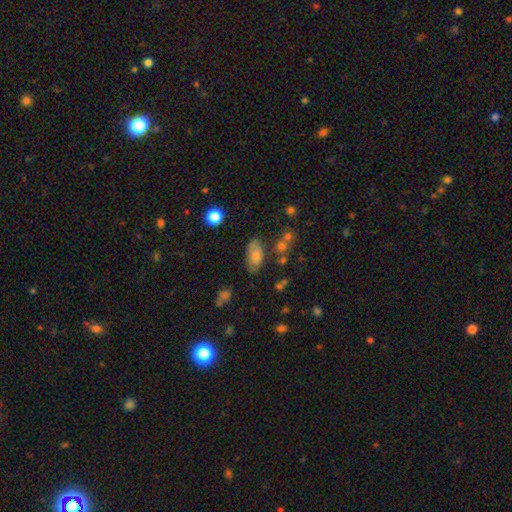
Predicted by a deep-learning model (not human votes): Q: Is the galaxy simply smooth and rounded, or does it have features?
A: smooth — 68%.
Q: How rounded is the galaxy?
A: in between — 90%.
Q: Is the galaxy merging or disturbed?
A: none — 63%.